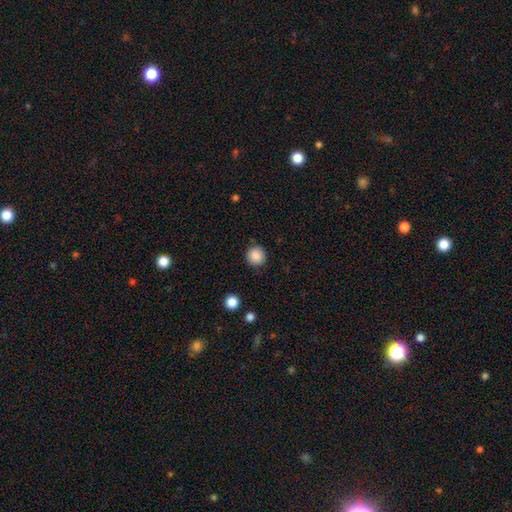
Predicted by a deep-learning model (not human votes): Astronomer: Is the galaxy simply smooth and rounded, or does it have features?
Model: smooth — 88%.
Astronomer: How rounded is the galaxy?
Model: round — 93%.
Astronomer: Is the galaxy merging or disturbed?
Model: none — 89%.